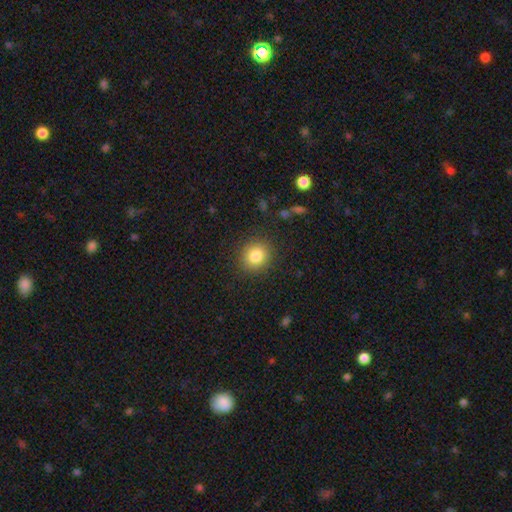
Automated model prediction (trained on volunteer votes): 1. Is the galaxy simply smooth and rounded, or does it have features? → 84% smooth, 10% star or artifact, 6% featured or disk.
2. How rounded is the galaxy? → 84% round, 15% in between, 1% cigar-shaped.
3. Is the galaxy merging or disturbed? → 89% none, 7% minor disturbance, 3% major disturbance, 1% merger.